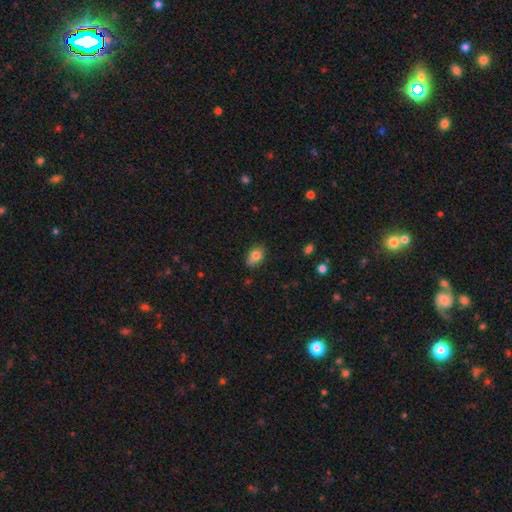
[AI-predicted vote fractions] Smooth or featured: smooth — 77% (featured or disk — 13%)
How rounded: in between — 73% (round — 24%)
Merging: none — 66% (minor disturbance — 26%)